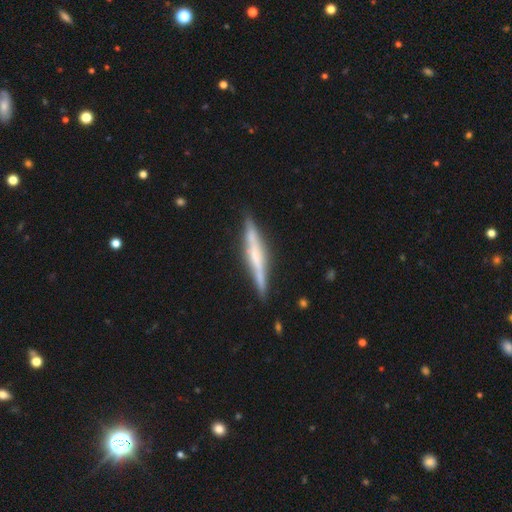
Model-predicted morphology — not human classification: A featured or disk galaxy (70%) viewed edge-on (97%) with a rounded central bulge (44%). Merging: none (86%).